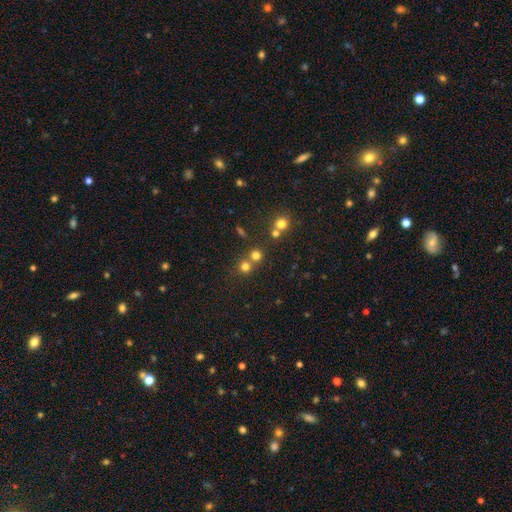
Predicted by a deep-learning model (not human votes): Smooth or featured? smooth (72%)
How rounded? round (90%)
Merging? none (59%)